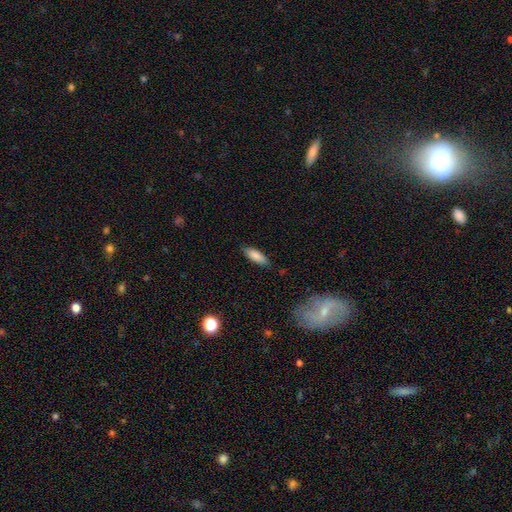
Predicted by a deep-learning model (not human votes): Q: Smooth or featured?
A: smooth (85%); runner-up: featured or disk (8%)
Q: How rounded?
A: in between (65%); runner-up: cigar-shaped (34%)
Q: Merging?
A: none (82%); runner-up: minor disturbance (14%)